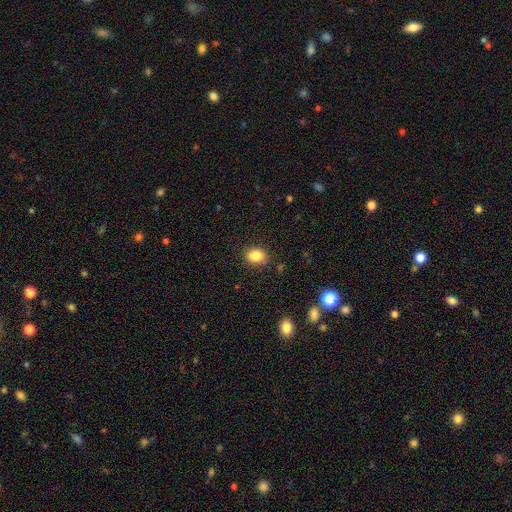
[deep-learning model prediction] A smooth galaxy with no disk features (86%) that is in between round and cigar-shaped (65%). Merging: none (86%).